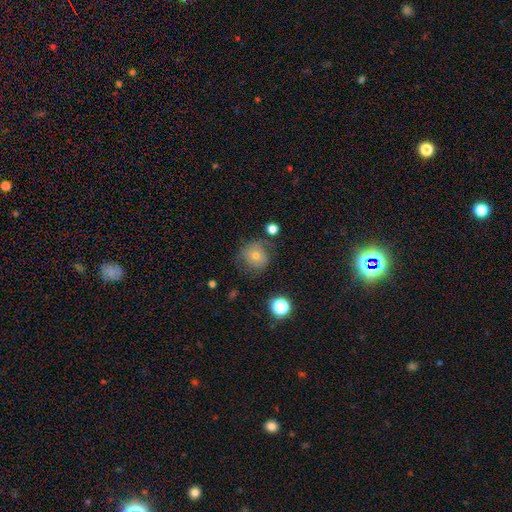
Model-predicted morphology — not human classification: This appears to be a smooth galaxy with no disk features (61%) that is round (90%). Merging: none (72%).